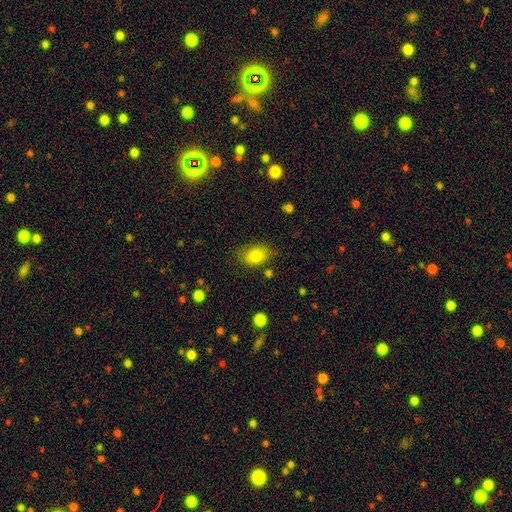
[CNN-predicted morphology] Smooth or featured? smooth (83%)
How rounded? in between (78%)
Merging? none (70%)